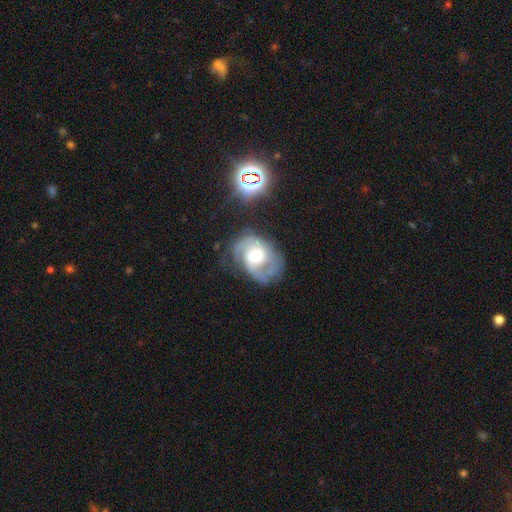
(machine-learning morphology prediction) Smooth or featured?
  - featured or disk: 79% *
  - smooth: 13%
  - star or artifact: 8%
Edge-on disk?
  - no: 97% *
  - yes: 3%
Bar?
  - no: 65% *
  - weak: 29%
  - strong: 6%
Spiral arms?
  - yes: 91% *
  - no: 9%
Spiral winding?
  - medium: 44% *
  - tight: 41%
  - loose: 16%
Spiral arm count?
  - 2: 48% *
  - can't tell: 23%
  - 3: 15%
  - 1: 7%
  - 4: 3%
  - more than 4: 3%
Bulge size?
  - moderate: 63% *
  - small: 20%
  - large: 14%
  - none: 2%
  - dominant: 2%
Merging?
  - none: 53% *
  - minor disturbance: 24%
  - major disturbance: 19%
  - merger: 3%